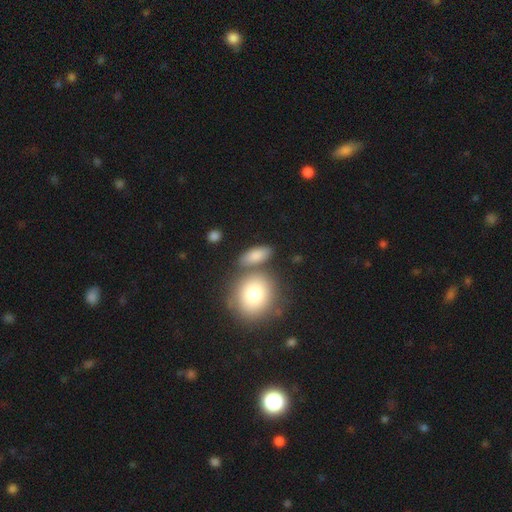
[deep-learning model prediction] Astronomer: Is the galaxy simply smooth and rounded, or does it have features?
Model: smooth — 82%.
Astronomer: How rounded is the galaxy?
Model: in between — 77%.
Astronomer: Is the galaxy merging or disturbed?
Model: none — 67%.